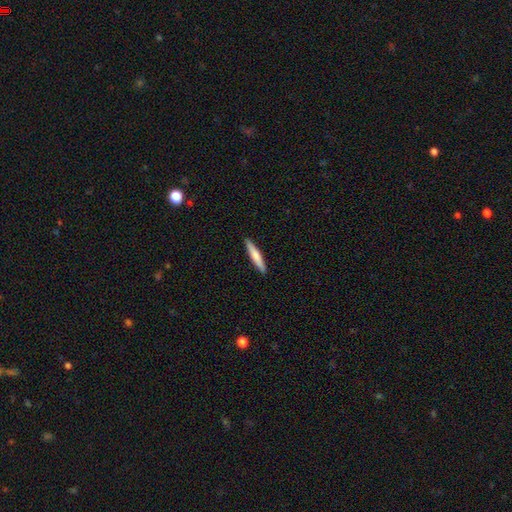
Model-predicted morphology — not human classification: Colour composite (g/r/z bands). It shows a smooth galaxy with no disk features (68%) that is cigar-shaped (91%). Merging: none (92%).